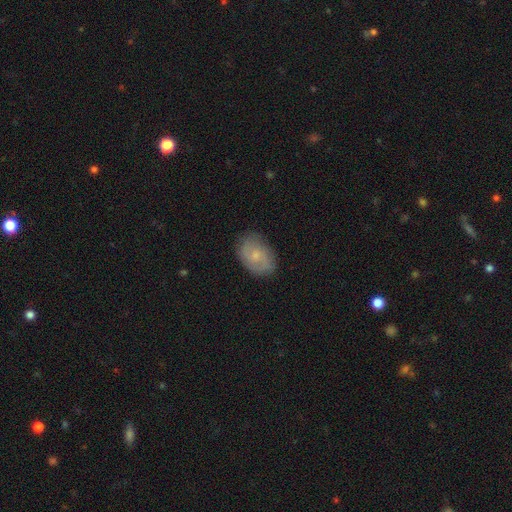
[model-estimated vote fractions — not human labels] The model was most divided on "smooth or featured": smooth: 47%, featured or disk: 46%, star or artifact: 7%. More confident: merging — none (80%).